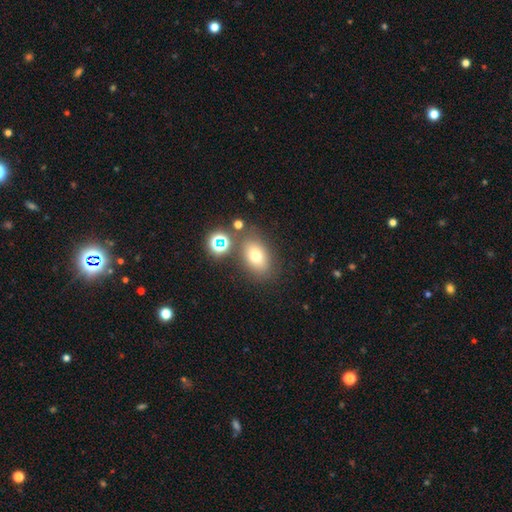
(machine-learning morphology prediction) Overall: smooth (72%). How rounded: in between (77%). Merging: none (75%).